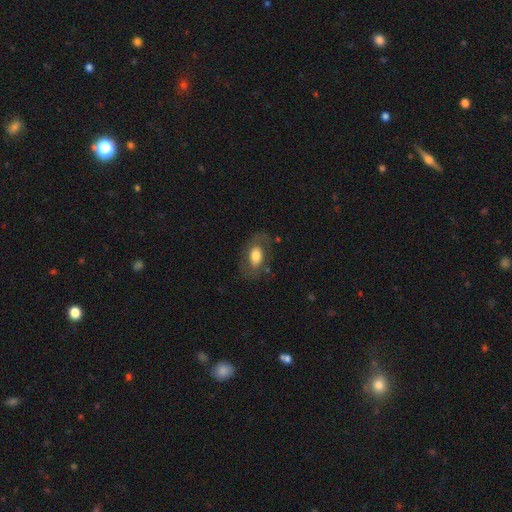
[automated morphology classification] This is possibly a smooth galaxy (60%). How rounded: clearly in between (85%). Merging: likely none (70%).